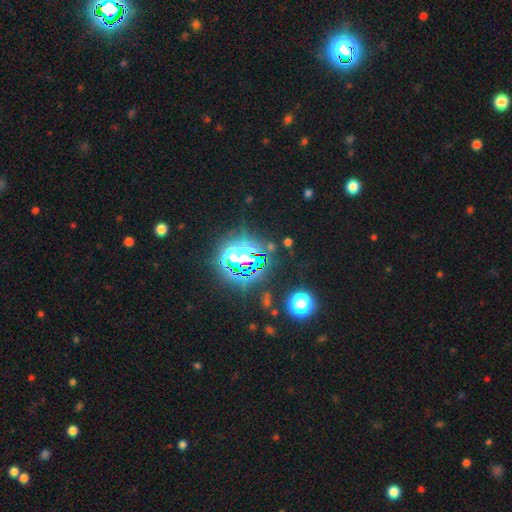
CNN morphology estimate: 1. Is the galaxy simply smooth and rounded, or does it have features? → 77% star or artifact, 13% smooth, 10% featured or disk.